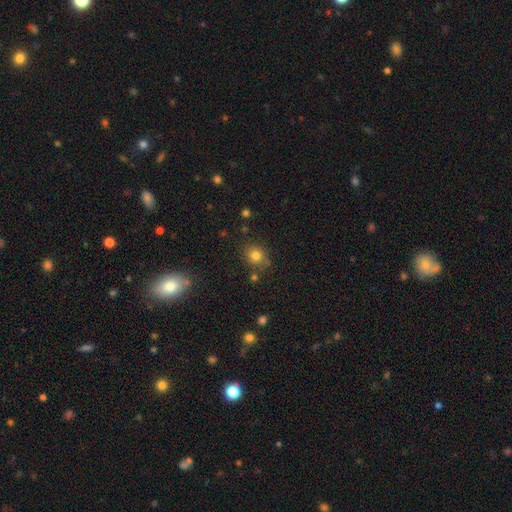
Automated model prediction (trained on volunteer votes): This is likely a smooth galaxy (79%). How rounded: likely round (79%). Merging: likely none (79%).